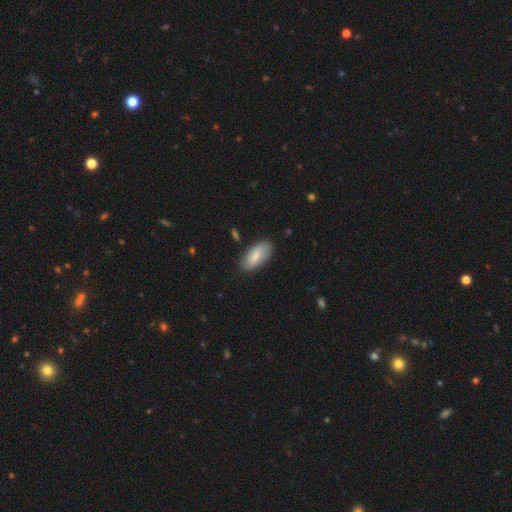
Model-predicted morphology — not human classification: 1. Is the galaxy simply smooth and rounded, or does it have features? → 79% smooth, 16% featured or disk, 6% star or artifact.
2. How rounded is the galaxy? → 93% in between, 5% cigar-shaped, 2% round.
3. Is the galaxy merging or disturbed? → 84% none, 12% minor disturbance, 2% major disturbance, 2% merger.